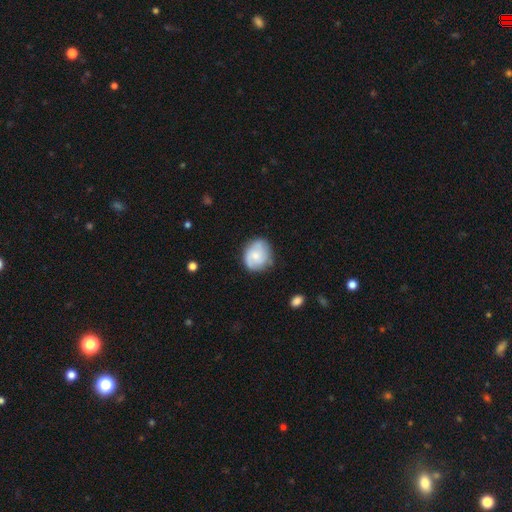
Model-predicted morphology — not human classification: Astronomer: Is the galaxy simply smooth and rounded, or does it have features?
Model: featured or disk — 50% (runner-up: smooth, 43%).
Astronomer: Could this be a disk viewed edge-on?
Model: no — 98%.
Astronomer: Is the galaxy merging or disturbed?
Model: none — 71%.